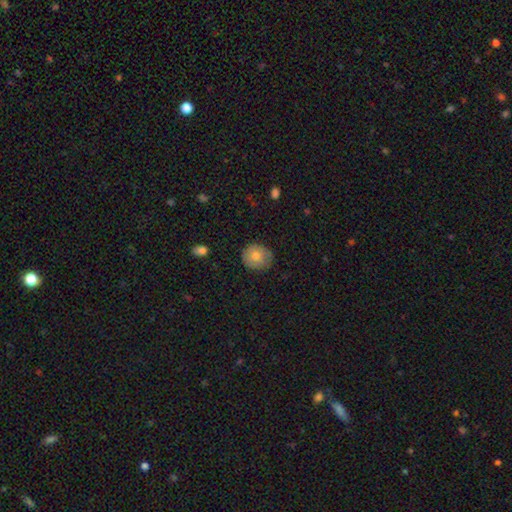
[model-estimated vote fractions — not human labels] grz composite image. It shows a smooth galaxy with no disk features (75%) that is round (84%). Merging: none (82%).